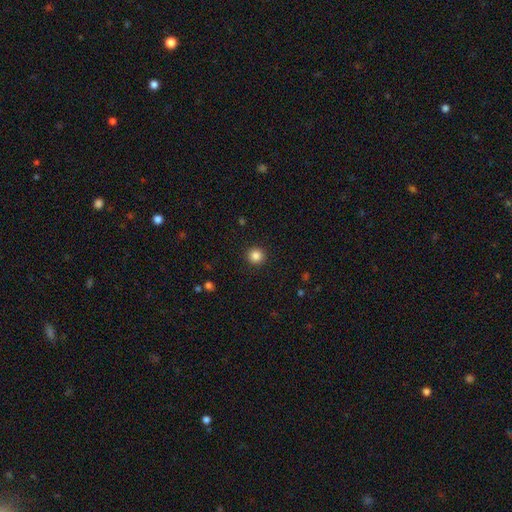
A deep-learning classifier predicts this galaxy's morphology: A smooth galaxy with no disk features (85%) that is round (95%). Merging: none (93%).